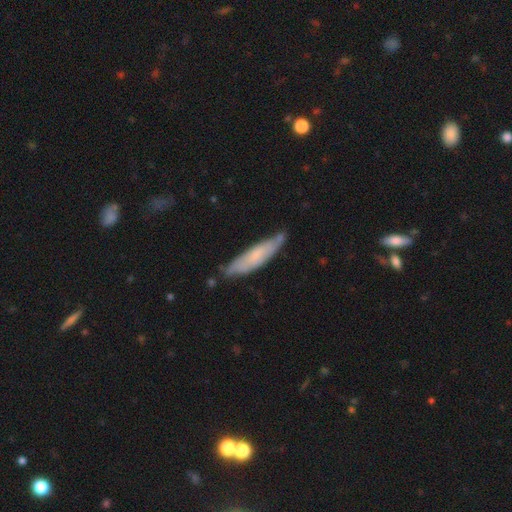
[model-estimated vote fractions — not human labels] A smooth galaxy with no disk features (57%) that is cigar-shaped (74%).

Vote fractions:
- Smooth or featured? smooth: 57% / featured or disk: 37% / star or artifact: 6%
- How rounded? cigar-shaped: 74% / in between: 24% / round: 1%
- Merging? none: 69% / minor disturbance: 24% / major disturbance: 4% / merger: 3%